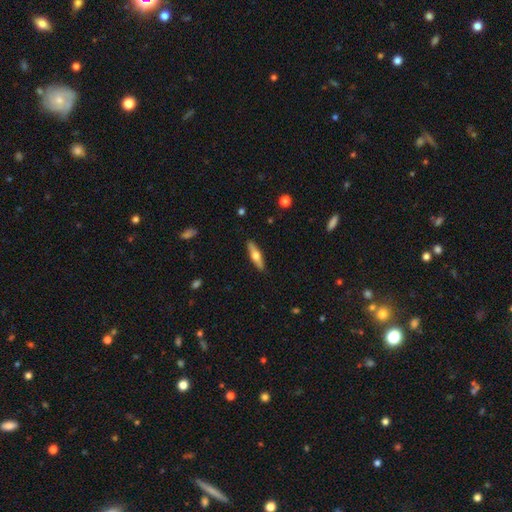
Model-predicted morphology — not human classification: This appears to be a featured or disk galaxy (50%) viewed edge-on (92%). Merging: none (90%).